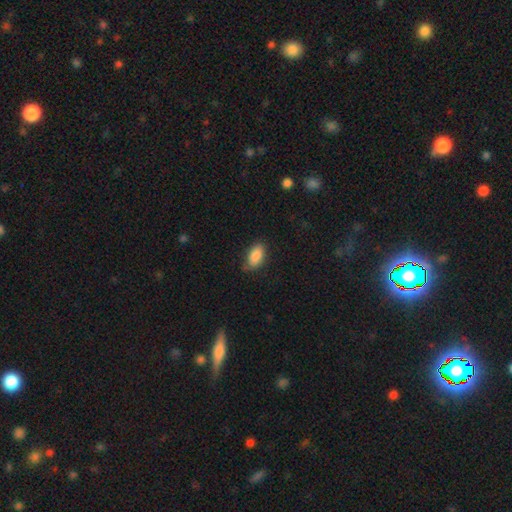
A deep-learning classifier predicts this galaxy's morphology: smooth-or-featured: smooth: 87% | star or artifact: 7% | featured or disk: 6%
  how-rounded: in between: 93% | round: 4% | cigar-shaped: 4%
  merging: none: 72% | minor disturbance: 23% | major disturbance: 5% | merger: 1%